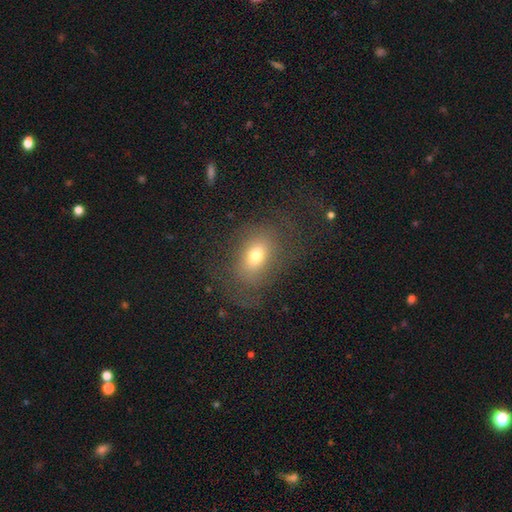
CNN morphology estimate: Smooth or featured: smooth — 62% (featured or disk — 25%)
How rounded: in between — 69% (round — 30%)
Merging: none — 64% (major disturbance — 17%)